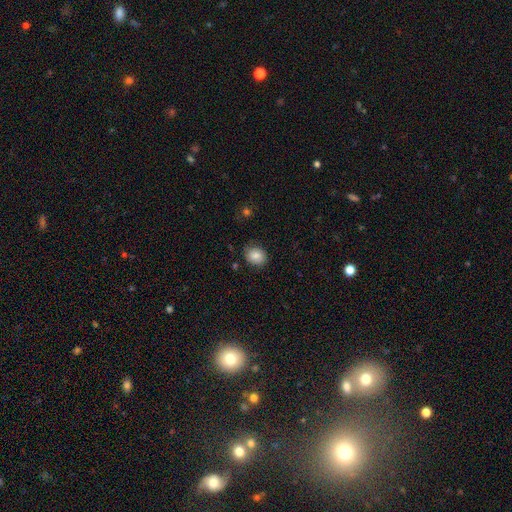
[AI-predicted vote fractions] Morphology: type=smooth (83%); roundness=round (61%); merging=none (77%).